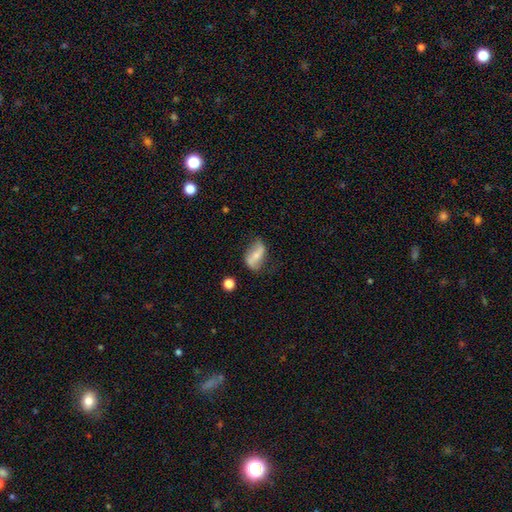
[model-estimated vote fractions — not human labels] Q: Smooth or featured?
A: featured or disk (57%); runner-up: smooth (35%)
Q: Edge-on disk?
A: no (92%); runner-up: yes (8%)
Q: Bar?
A: strong (39%); runner-up: no (32%)
Q: Spiral arms?
A: yes (78%); runner-up: no (22%)
Q: Bulge size?
A: small (55%); runner-up: moderate (34%)
Q: Merging?
A: none (63%); runner-up: minor disturbance (25%)